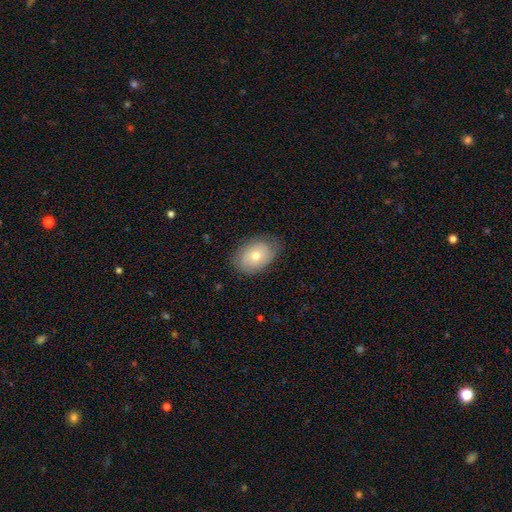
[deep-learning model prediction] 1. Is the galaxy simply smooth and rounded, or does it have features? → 60% smooth, 32% featured or disk, 7% star or artifact.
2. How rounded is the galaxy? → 79% in between, 20% round, 1% cigar-shaped.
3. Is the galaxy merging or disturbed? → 74% none, 20% minor disturbance, 5% major disturbance, 1% merger.